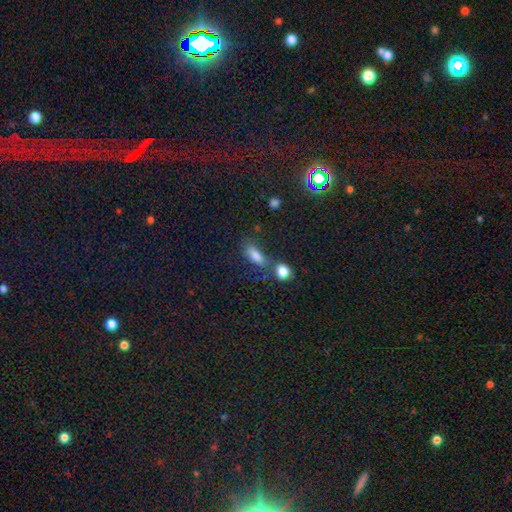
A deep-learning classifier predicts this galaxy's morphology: smooth 78%, star or artifact 13%, featured or disk 9%. Down the decision tree: how rounded — in between (73%); merging — none (51%).